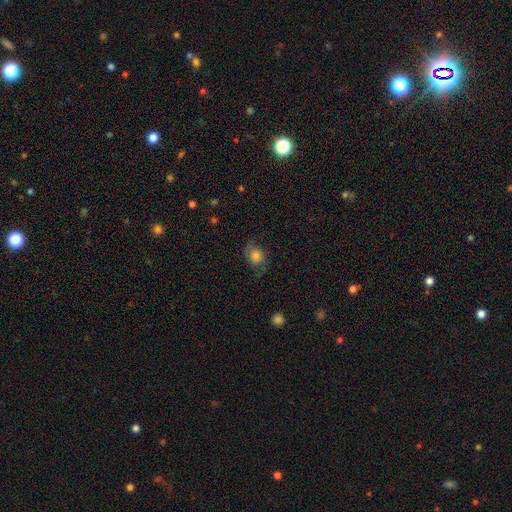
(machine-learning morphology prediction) type=smooth (52%); roundness=round (51%); merging=none (63%).